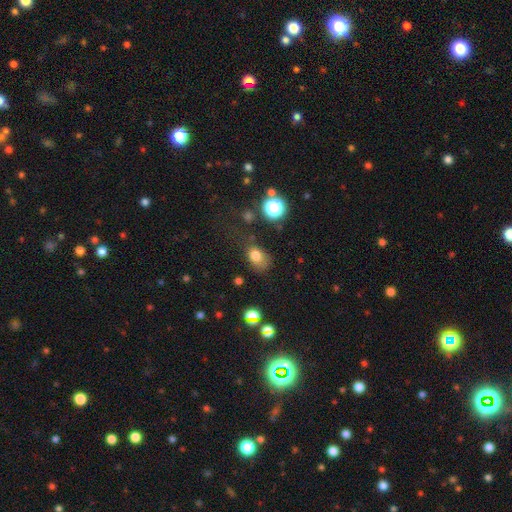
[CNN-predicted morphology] Smooth or featured?
  - smooth: 76% *
  - star or artifact: 14%
  - featured or disk: 9%
How rounded?
  - in between: 71% *
  - round: 28%
  - cigar-shaped: 1%
Merging?
  - none: 47% *
  - minor disturbance: 29%
  - major disturbance: 18%
  - merger: 5%